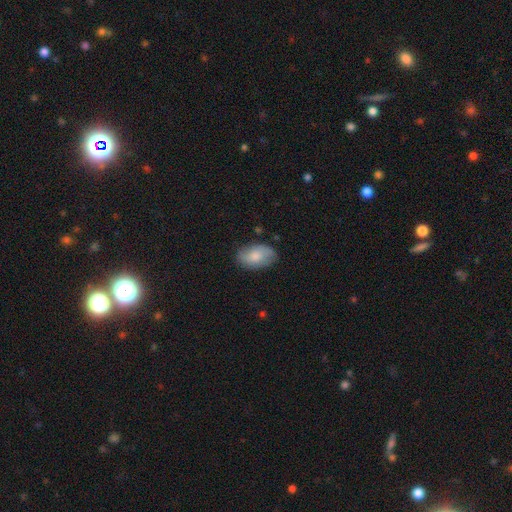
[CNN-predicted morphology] Smooth or featured? smooth (74%)
How rounded? in between (91%)
Merging? none (78%)